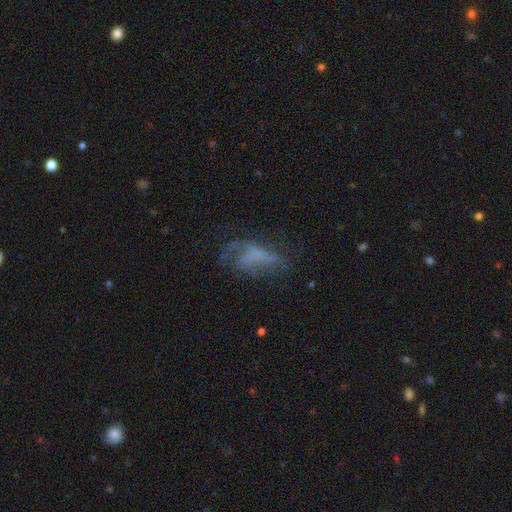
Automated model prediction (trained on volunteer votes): Morphology: type=featured or disk (54%); edge-on=no (94%); bar=no (73%); spiral arms=yes (50%, tied with no); bulge=none (77%); merging=none (39%).